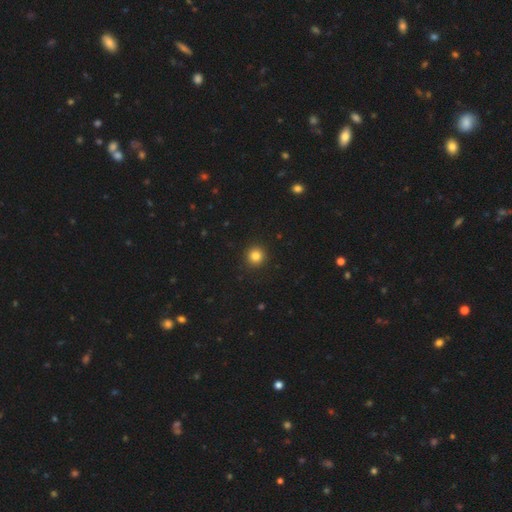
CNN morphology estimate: type=smooth (84%); roundness=round (95%); merging=none (93%).